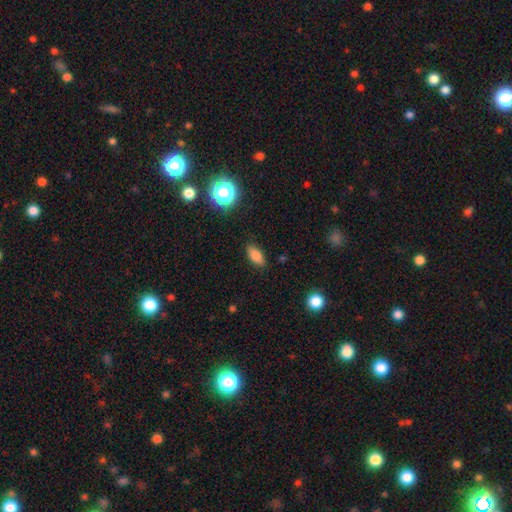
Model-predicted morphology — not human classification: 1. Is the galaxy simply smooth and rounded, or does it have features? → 81% smooth, 11% star or artifact, 9% featured or disk.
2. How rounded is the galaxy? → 81% in between, 13% cigar-shaped, 5% round.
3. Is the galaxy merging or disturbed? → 85% none, 11% minor disturbance, 3% major disturbance, 1% merger.